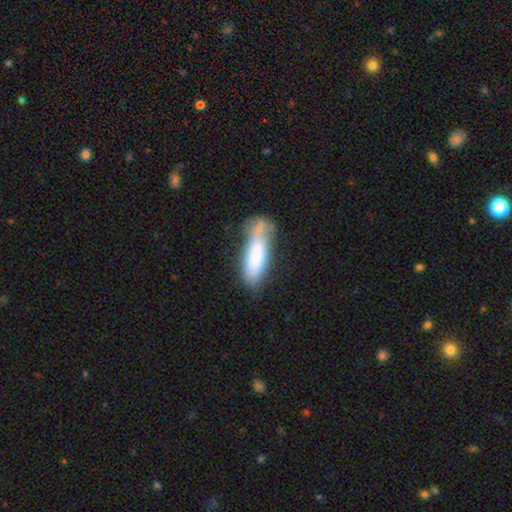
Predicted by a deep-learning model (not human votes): This appears to be a smooth galaxy with no disk features (76%) that is cigar-shaped (51%). Merging: none (38%).